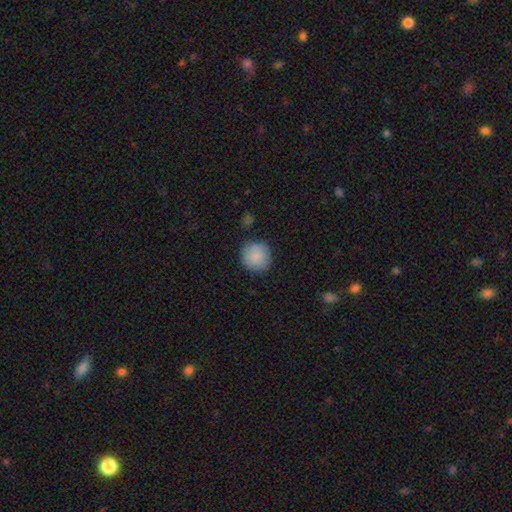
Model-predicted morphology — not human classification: Overall: smooth (87%). How rounded: round (93%). Merging: none (83%).